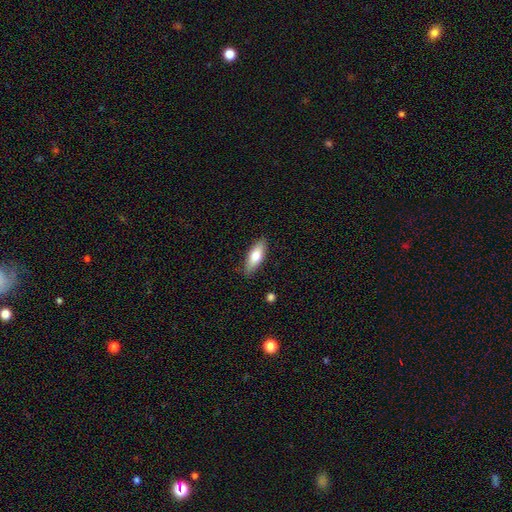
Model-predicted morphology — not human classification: The model was most divided on "how rounded": in between: 66%, cigar-shaped: 31%, round: 2%. More confident: merging — none (85%); smooth or featured — smooth (73%).